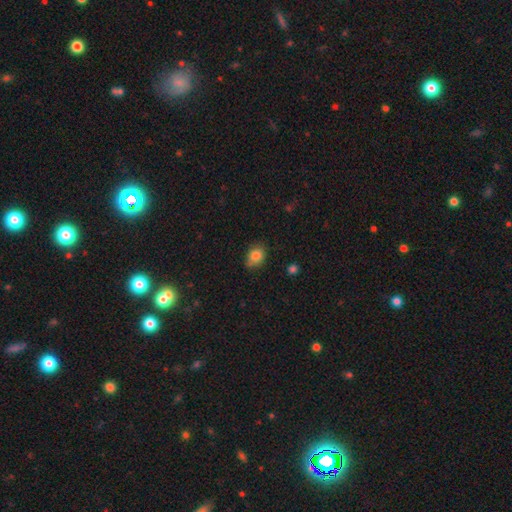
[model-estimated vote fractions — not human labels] Smooth or featured: smooth — 83% (star or artifact — 10%)
How rounded: in between — 56% (round — 43%)
Merging: none — 67% (minor disturbance — 26%)